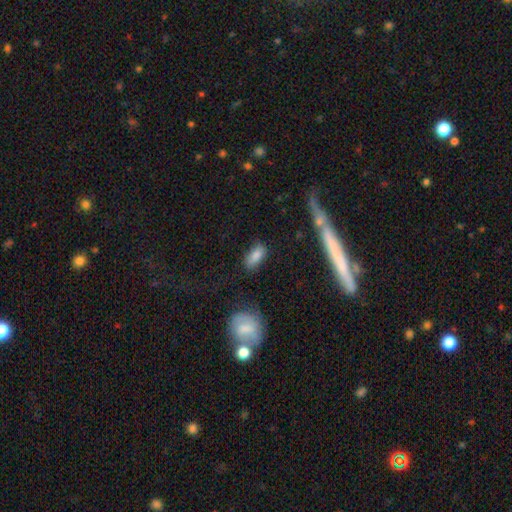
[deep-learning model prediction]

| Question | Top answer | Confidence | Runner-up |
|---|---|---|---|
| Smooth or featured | smooth | 84% | star or artifact (9%) |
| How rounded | in between | 89% | cigar-shaped (7%) |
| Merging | none | 75% | minor disturbance (18%) |